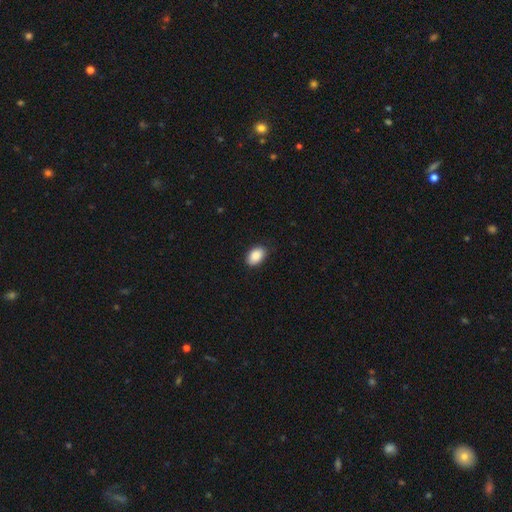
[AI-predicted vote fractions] This is clearly a smooth galaxy (90%). How rounded: clearly in between (90%). Merging: clearly none (87%).